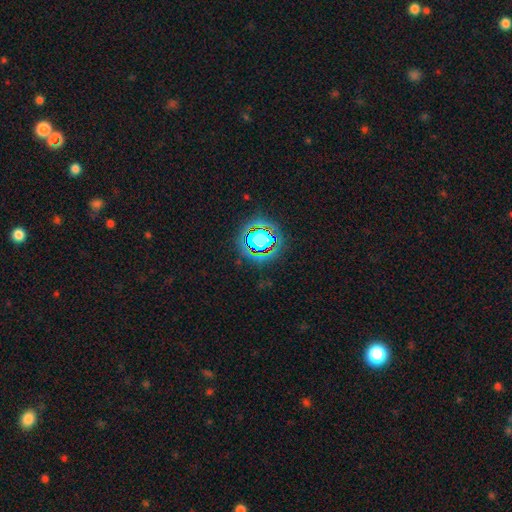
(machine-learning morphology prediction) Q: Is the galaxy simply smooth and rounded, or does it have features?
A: star or artifact — 81%.